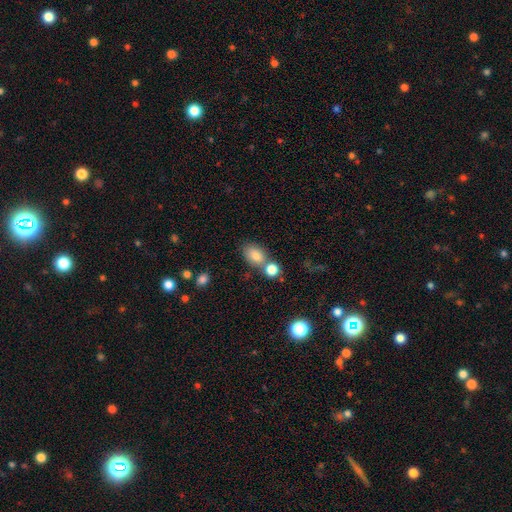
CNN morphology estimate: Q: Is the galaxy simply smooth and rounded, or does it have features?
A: smooth — 81%.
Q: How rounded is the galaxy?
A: in between — 79%.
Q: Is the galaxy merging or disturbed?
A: none — 55%.